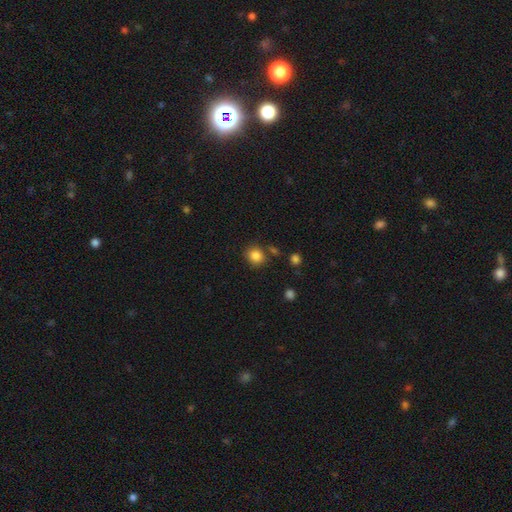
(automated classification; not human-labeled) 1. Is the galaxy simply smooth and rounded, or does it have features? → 84% smooth, 11% star or artifact, 5% featured or disk.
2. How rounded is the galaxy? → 81% round, 18% in between, 1% cigar-shaped.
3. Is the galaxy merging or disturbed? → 78% none, 12% minor disturbance, 7% merger, 4% major disturbance.